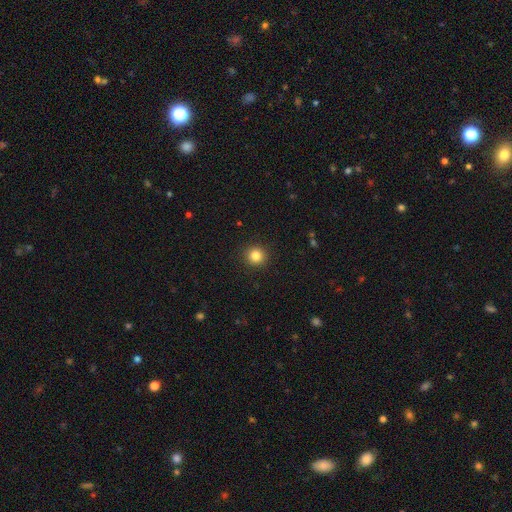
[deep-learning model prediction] Smooth or featured? smooth (83%)
How rounded? round (94%)
Merging? none (92%)